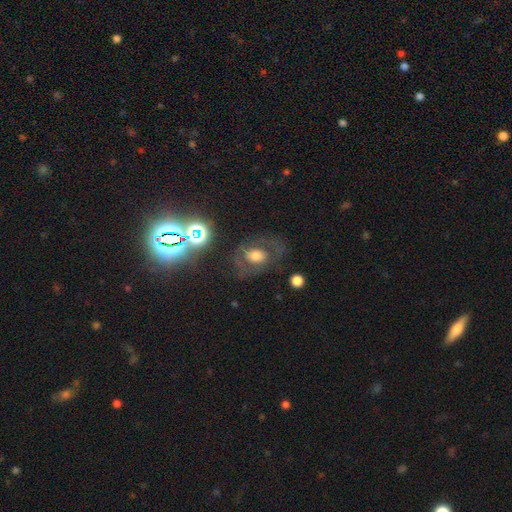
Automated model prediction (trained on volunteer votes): This appears to be a featured or disk galaxy (51%). Merging: none (67%).